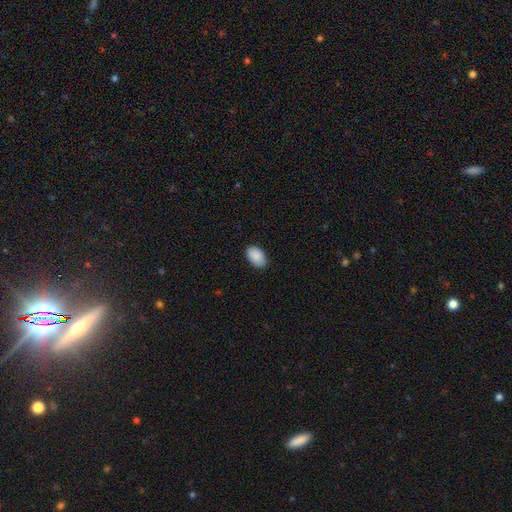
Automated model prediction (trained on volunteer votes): This is clearly a smooth galaxy (90%). How rounded: clearly in between (92%). Merging: clearly none (83%).